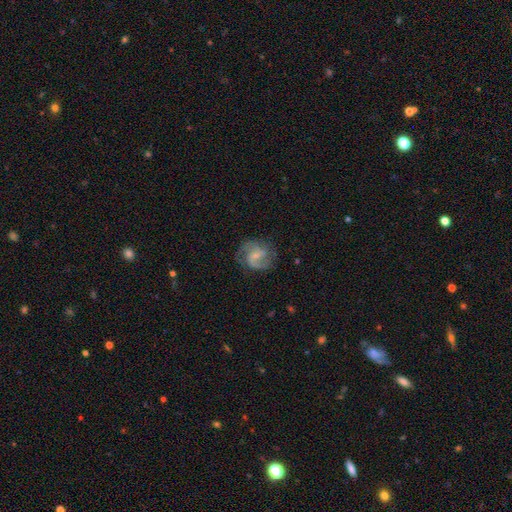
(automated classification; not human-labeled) A featured or disk galaxy (81%) with a weak bar (51%), 2 (81%) medium (54%) spiral arms (96%) and a small central bulge (62%). Merging: none (74%).